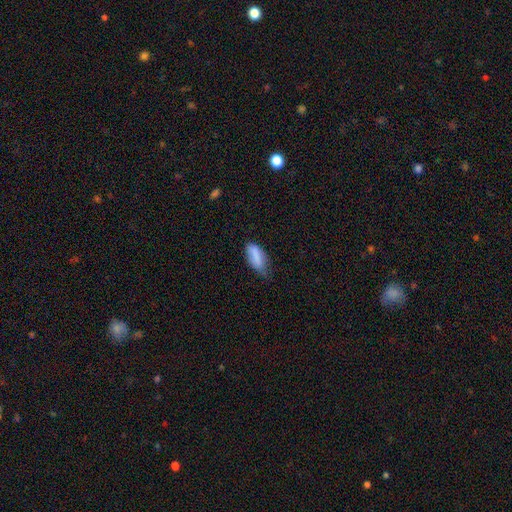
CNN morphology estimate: A smooth galaxy with no disk features (83%) that is in between round and cigar-shaped (86%).

Vote fractions:
- Smooth or featured? smooth: 83% / featured or disk: 10% / star or artifact: 7%
- How rounded? in between: 86% / cigar-shaped: 12% / round: 2%
- Merging? minor disturbance: 44% / none: 42% / major disturbance: 12% / merger: 2%